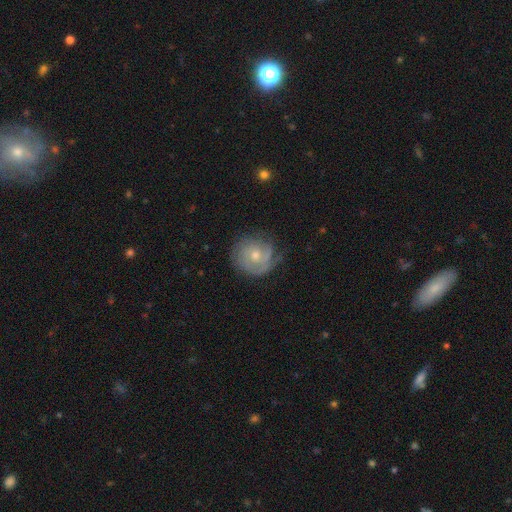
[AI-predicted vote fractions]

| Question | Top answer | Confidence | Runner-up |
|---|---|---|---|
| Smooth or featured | featured or disk | 66% | smooth (27%) |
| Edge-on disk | no | 97% | yes (3%) |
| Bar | no | 78% | weak (19%) |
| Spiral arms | yes | 84% | no (16%) |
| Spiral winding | tight | 66% | medium (24%) |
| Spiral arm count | can't tell | 40% | 2 (23%) |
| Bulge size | moderate | 61% | small (34%) |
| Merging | none | 67% | minor disturbance (22%) |